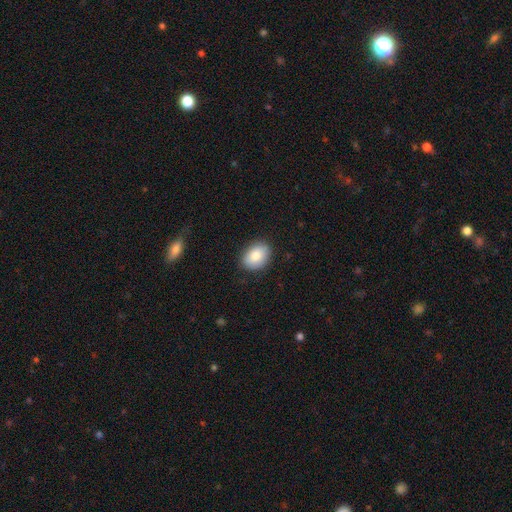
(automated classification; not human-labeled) smooth-or-featured: smooth: 84% | featured or disk: 9% | star or artifact: 7%
  how-rounded: in between: 72% | round: 26% | cigar-shaped: 1%
  merging: none: 86% | minor disturbance: 11% | major disturbance: 2% | merger: 1%